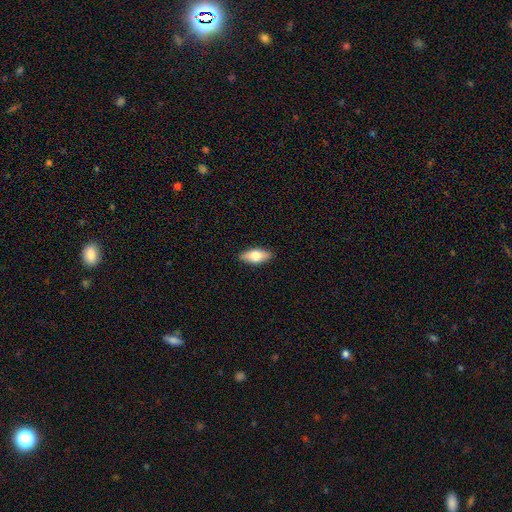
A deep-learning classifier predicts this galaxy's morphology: smooth 69%, featured or disk 25%, star or artifact 6%. Down the decision tree: how rounded — in between (84%); merging — none (90%).